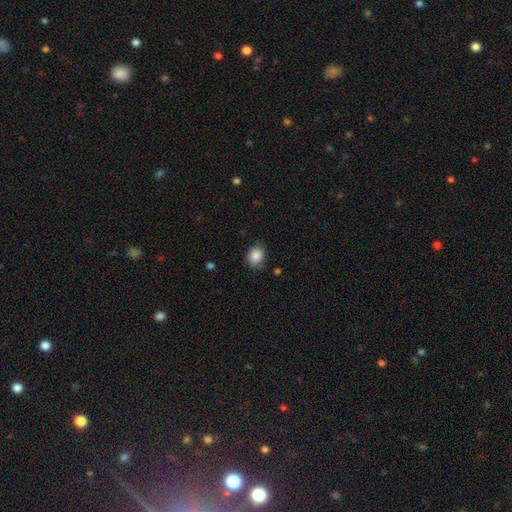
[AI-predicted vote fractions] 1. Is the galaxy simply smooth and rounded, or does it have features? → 86% smooth, 8% star or artifact, 5% featured or disk.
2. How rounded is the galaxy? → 56% round, 43% in between, 1% cigar-shaped.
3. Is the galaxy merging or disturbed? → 77% none, 18% minor disturbance, 3% major disturbance, 1% merger.